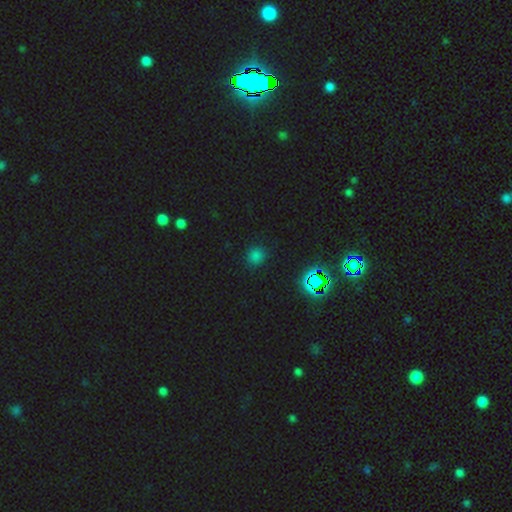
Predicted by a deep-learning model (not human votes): A smooth galaxy with no disk features (67%) that is round (87%). Merging: none (88%).